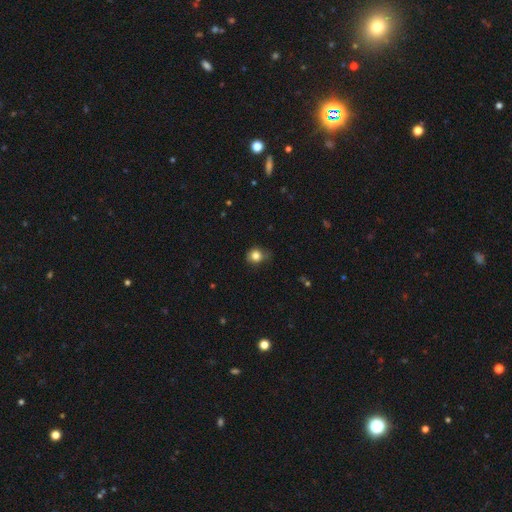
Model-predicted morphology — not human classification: Q: Smooth or featured?
A: smooth (80%); runner-up: star or artifact (11%)
Q: How rounded?
A: round (75%); runner-up: in between (24%)
Q: Merging?
A: none (63%); runner-up: minor disturbance (28%)